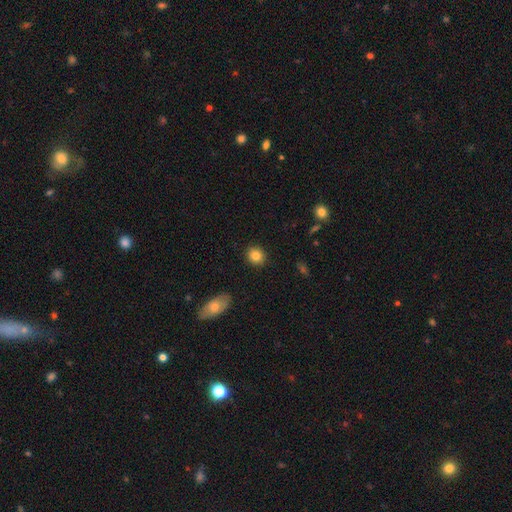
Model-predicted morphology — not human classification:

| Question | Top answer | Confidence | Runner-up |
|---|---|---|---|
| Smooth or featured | smooth | 83% | star or artifact (9%) |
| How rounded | round | 75% | in between (24%) |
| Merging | none | 90% | minor disturbance (7%) |